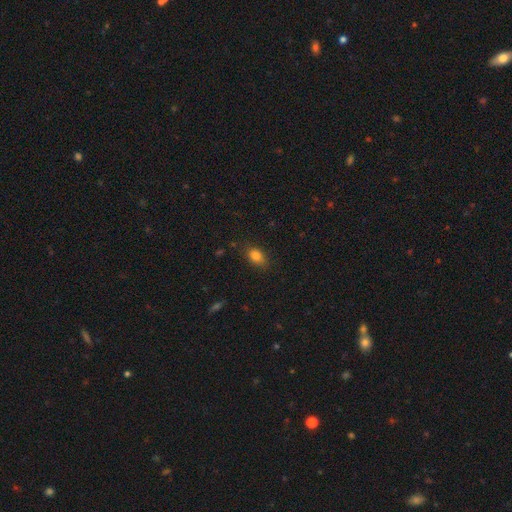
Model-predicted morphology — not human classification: smooth_or_featured: smooth (p=0.82) [alt: star or artifact p=0.11]
how_rounded: in between (p=0.77) [alt: round p=0.20]
merging: none (p=0.80) [alt: minor disturbance p=0.15]